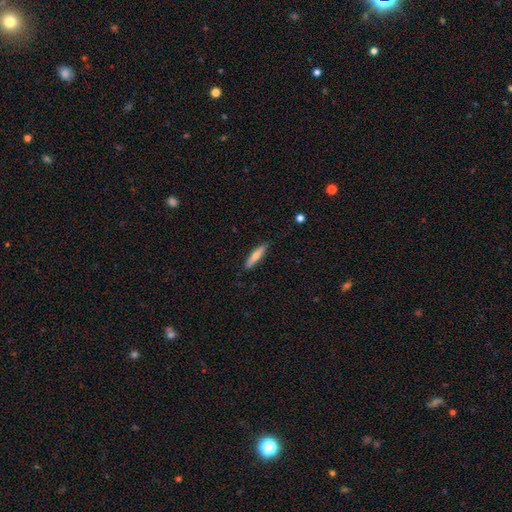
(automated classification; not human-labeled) A smooth galaxy with no disk features (70%) that is cigar-shaped (82%). Merging: none (87%).